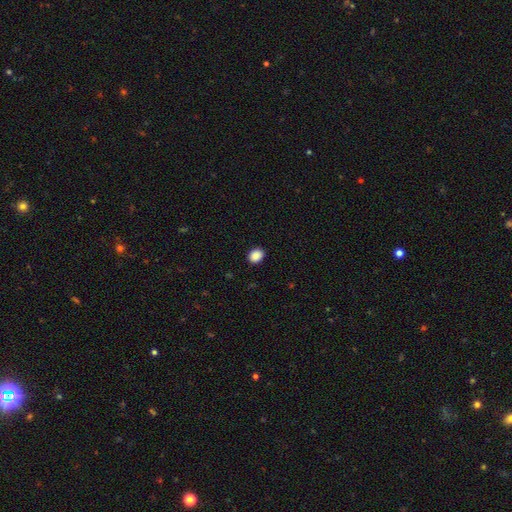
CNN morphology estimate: Overall: smooth (89%). How rounded: in between (53%; round 47%). Merging: none (90%).